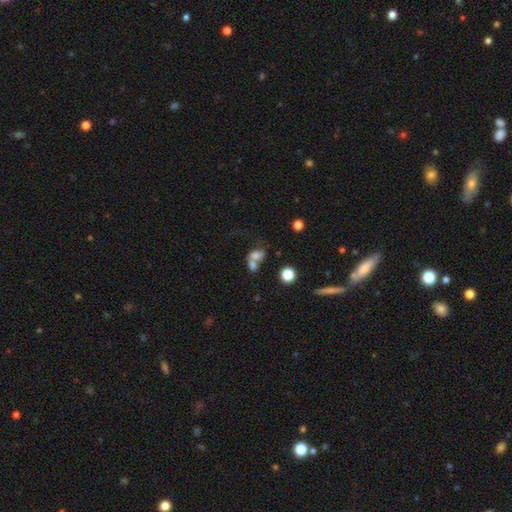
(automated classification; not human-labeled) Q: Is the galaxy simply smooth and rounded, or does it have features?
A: smooth — 66%.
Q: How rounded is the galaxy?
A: in between — 64%.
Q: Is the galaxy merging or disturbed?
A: merger — 60%.